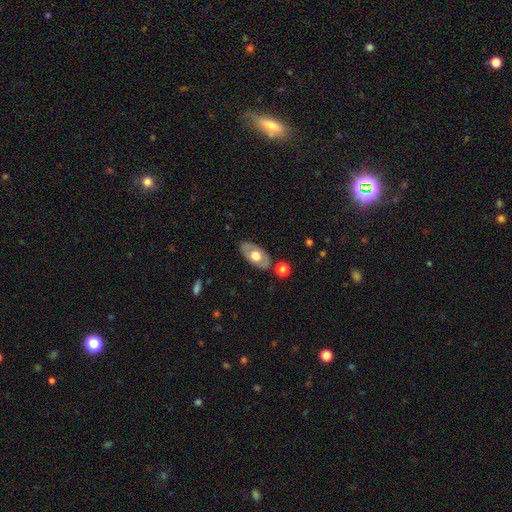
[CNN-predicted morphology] Smooth or featured? Predicted: smooth (p=0.52). How rounded? Predicted: in between (p=0.91). Merging? Predicted: none (p=0.81).